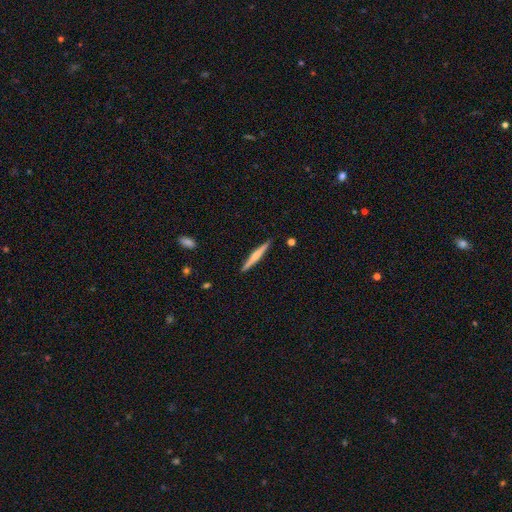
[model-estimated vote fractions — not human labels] This is possibly a featured or disk galaxy (52%). It is clearly viewed edge-on (98%). Edge-on bulge: possibly rounded (54%). Merging: clearly none (91%).